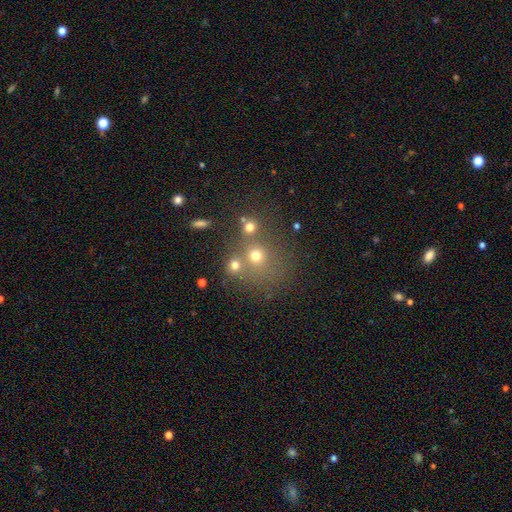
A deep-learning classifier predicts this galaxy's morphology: Smooth or featured? Predicted: smooth (p=0.65). How rounded? Predicted: round (p=0.84). Merging? Predicted: none (p=0.56).